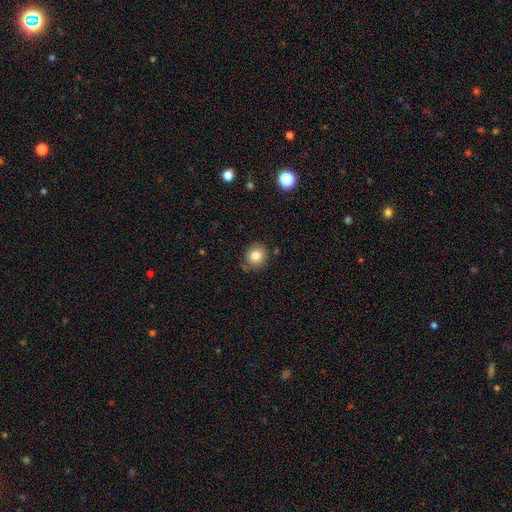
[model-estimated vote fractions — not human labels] This is clearly a smooth galaxy (82%). How rounded: clearly round (84%). Merging: likely none (80%).